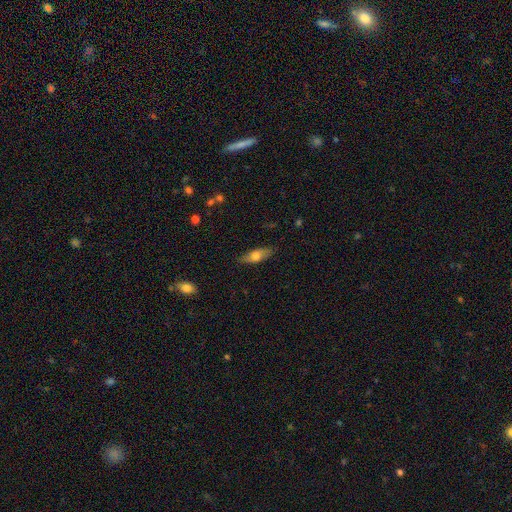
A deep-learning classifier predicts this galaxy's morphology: smooth-or-featured: smooth: 63% | featured or disk: 31% | star or artifact: 7%
  how-rounded: in between: 65% | cigar-shaped: 32% | round: 3%
  merging: none: 83% | minor disturbance: 13% | major disturbance: 3% | merger: 1%